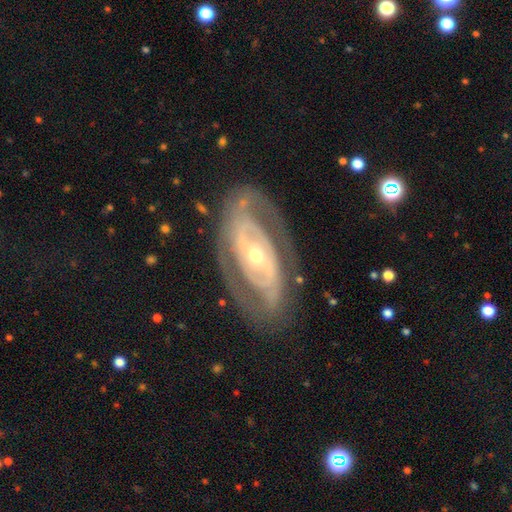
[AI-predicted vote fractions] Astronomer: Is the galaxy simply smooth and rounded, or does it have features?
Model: featured or disk — 86%.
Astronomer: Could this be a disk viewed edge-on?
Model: no — 93%.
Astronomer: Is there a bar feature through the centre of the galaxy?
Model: no — 51% (runner-up: weak, 26%).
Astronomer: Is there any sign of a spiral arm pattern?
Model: yes — 80%.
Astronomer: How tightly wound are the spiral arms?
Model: tight — 56% (runner-up: medium, 34%).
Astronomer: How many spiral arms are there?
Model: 2 — 68%.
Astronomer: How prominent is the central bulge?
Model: small — 50% (runner-up: moderate, 45%).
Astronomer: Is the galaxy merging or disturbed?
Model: none — 77%.